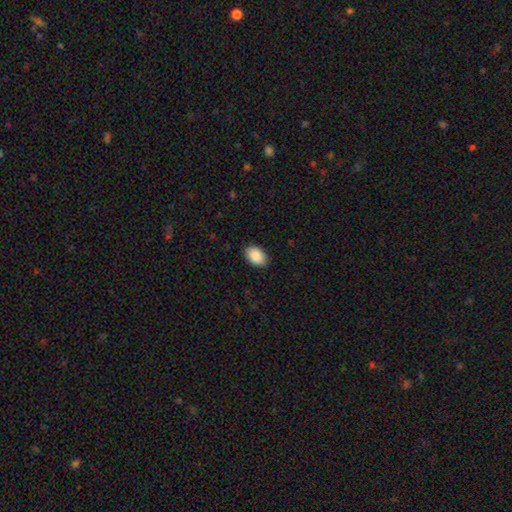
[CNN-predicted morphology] Smooth or featured: smooth — 90% (star or artifact — 6%)
How rounded: in between — 89% (round — 10%)
Merging: none — 89% (minor disturbance — 8%)